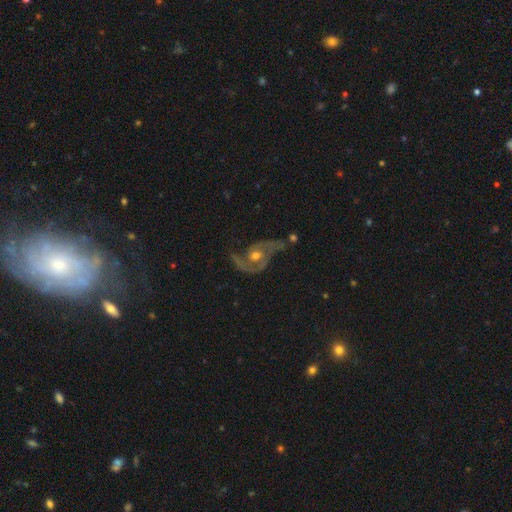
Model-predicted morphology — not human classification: smooth-or-featured: featured or disk: 85% | smooth: 9% | star or artifact: 6%
  disk-edge-on: no: 96% | yes: 4%
    bar: no: 73% | weak: 21% | strong: 6%
    has-spiral-arms: yes: 91% | no: 9%
      spiral-winding: medium: 44% | loose: 38% | tight: 18%
      spiral-arm-count: 2: 83% | 1: 6% | can't tell: 5% | 3: 2% | 4: 1% | more than 4: 1%
    bulge-size: moderate: 73% | small: 19% | large: 5% | none: 1% | dominant: 1%
  merging: none: 43% | major disturbance: 27% | minor disturbance: 23% | merger: 7%